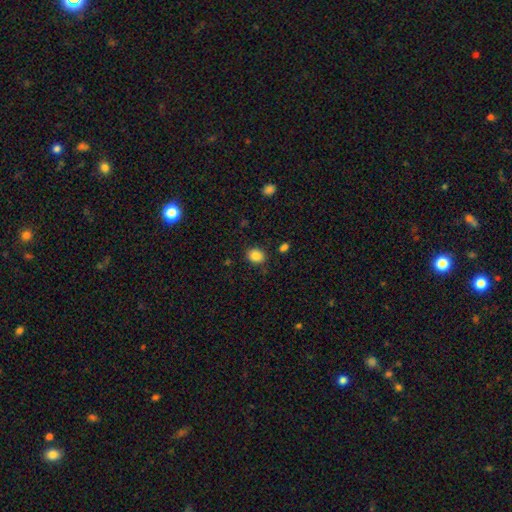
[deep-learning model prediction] smooth_or_featured: smooth (p=0.85) [alt: star or artifact p=0.10]
how_rounded: round (p=0.61) [alt: in between p=0.39]
merging: none (p=0.85) [alt: minor disturbance p=0.10]